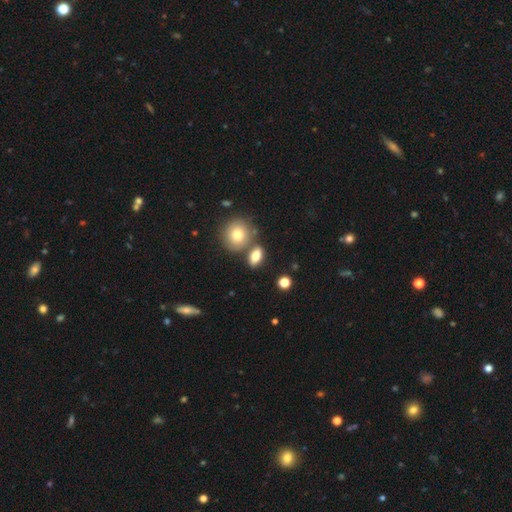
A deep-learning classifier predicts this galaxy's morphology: Overall: smooth (78%). How rounded: in between (77%). Merging: none (66%).